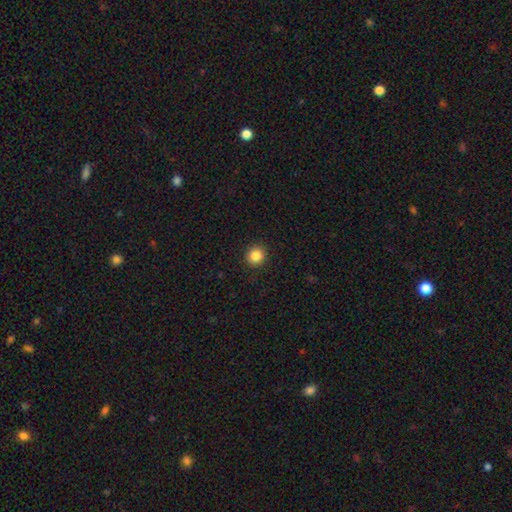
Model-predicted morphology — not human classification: Smooth or featured: smooth — 85% (star or artifact — 11%)
How rounded: round — 90% (in between — 9%)
Merging: none — 92% (minor disturbance — 5%)